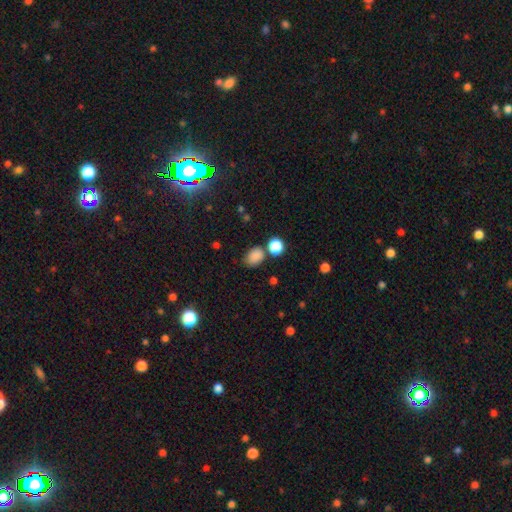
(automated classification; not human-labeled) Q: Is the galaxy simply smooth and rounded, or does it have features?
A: smooth — 84%.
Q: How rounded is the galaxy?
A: in between — 69%.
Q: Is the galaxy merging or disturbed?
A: none — 66%.